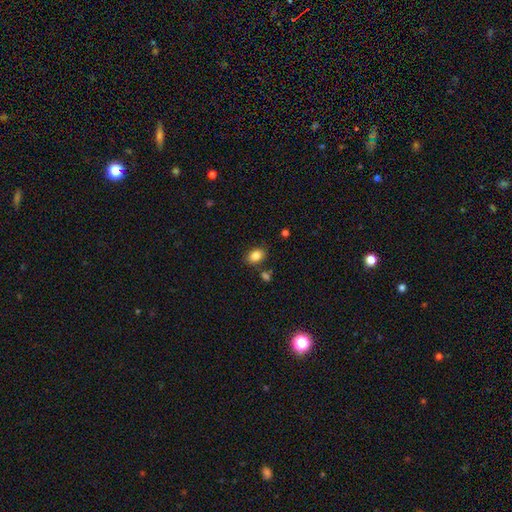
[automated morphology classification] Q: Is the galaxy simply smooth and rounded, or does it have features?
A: smooth — 85%.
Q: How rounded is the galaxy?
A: in between — 74%.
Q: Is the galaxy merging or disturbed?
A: none — 79%.